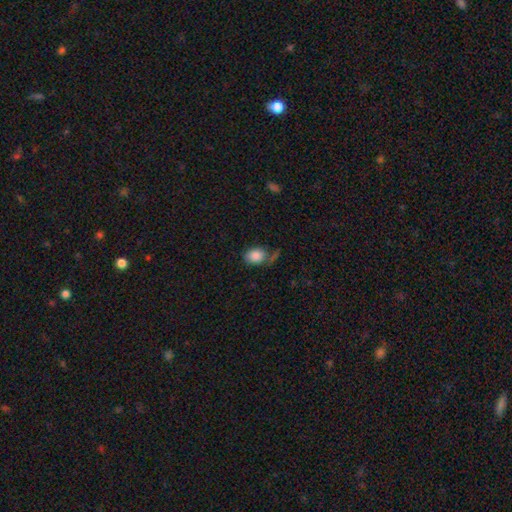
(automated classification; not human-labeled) Smooth or featured: smooth — 86% (star or artifact — 9%)
How rounded: in between — 62% (round — 36%)
Merging: none — 58% (minor disturbance — 21%)